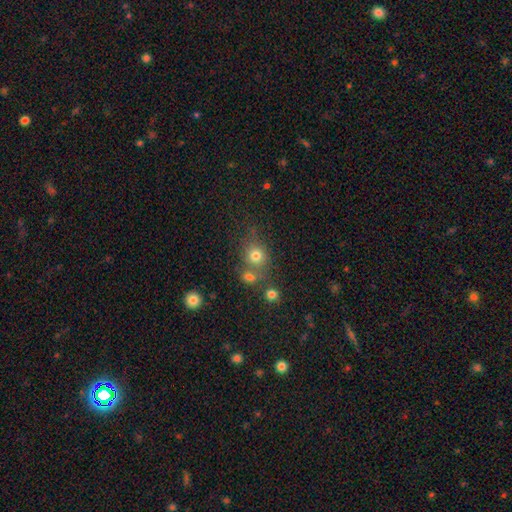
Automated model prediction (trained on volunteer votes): A smooth galaxy with no disk features (74%) that is round (77%). Merging: none (58%).